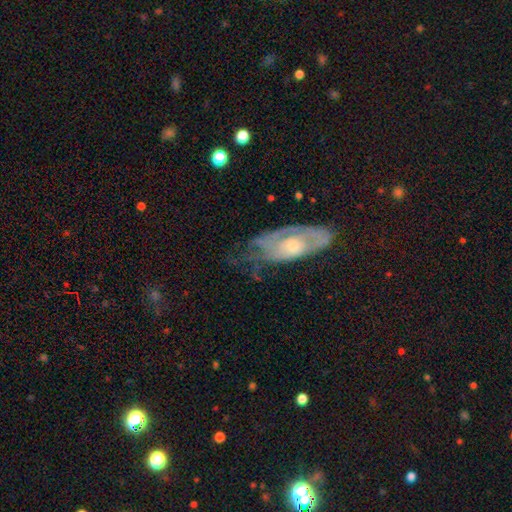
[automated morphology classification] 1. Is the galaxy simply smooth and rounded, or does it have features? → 66% featured or disk, 20% smooth, 13% star or artifact.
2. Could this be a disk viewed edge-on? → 84% no, 16% yes.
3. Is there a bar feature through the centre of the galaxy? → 76% no, 20% weak, 5% strong.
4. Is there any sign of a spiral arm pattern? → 72% yes, 28% no.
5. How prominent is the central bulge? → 56% moderate, 34% small, 5% large, 2% none, 1% dominant.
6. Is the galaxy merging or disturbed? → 57% none, 27% minor disturbance, 14% major disturbance, 2% merger.